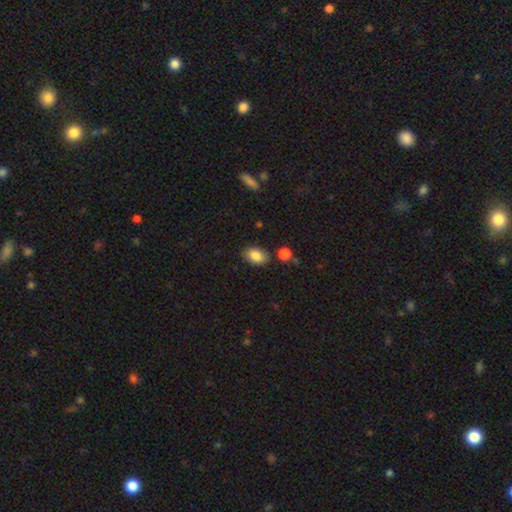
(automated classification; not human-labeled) This is clearly a smooth galaxy (86%). How rounded: clearly in between (88%). Merging: clearly none (81%).